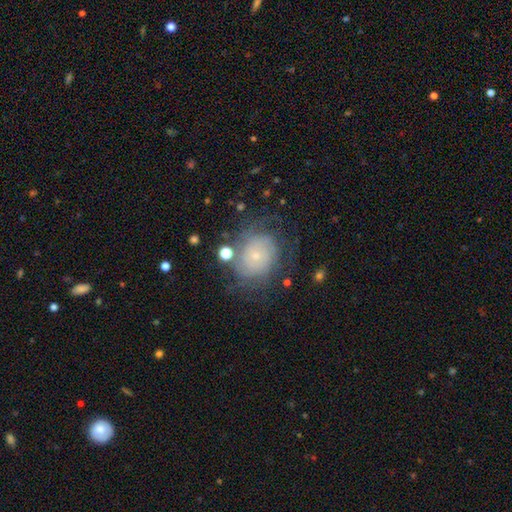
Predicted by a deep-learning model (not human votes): Q: Smooth or featured?
A: featured or disk (59%); runner-up: smooth (30%)
Q: Edge-on disk?
A: no (97%); runner-up: yes (3%)
Q: Bar?
A: no (85%); runner-up: weak (13%)
Q: Spiral arms?
A: yes (79%); runner-up: no (21%)
Q: Bulge size?
A: small (81%); runner-up: moderate (13%)
Q: Merging?
A: none (63%); runner-up: minor disturbance (19%)